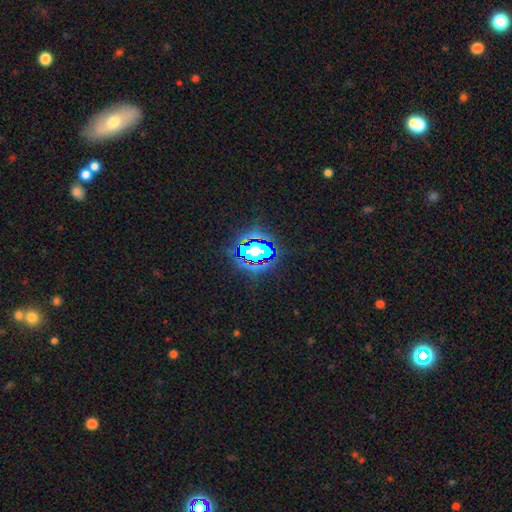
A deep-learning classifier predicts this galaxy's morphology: smooth-or-featured: star or artifact: 78% | smooth: 13% | featured or disk: 8%